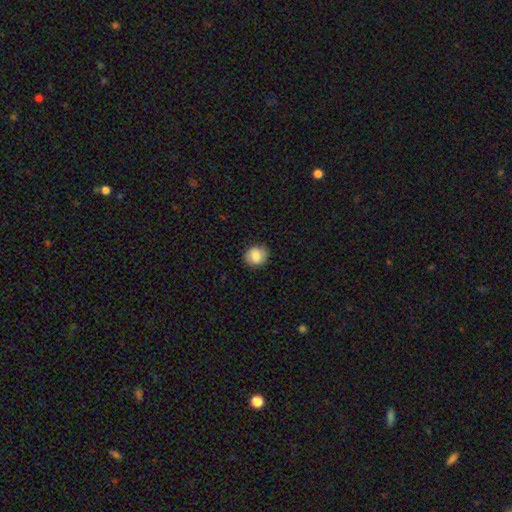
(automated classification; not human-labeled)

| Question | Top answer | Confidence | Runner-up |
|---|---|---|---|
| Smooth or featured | smooth | 79% | featured or disk (13%) |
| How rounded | round | 74% | in between (25%) |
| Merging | none | 83% | minor disturbance (13%) |